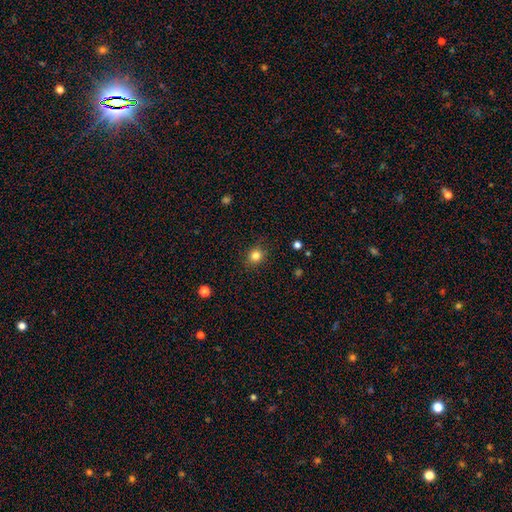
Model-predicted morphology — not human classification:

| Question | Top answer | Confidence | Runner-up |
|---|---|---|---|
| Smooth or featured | smooth | 83% | star or artifact (12%) |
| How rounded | round | 78% | in between (21%) |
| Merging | none | 87% | minor disturbance (9%) |